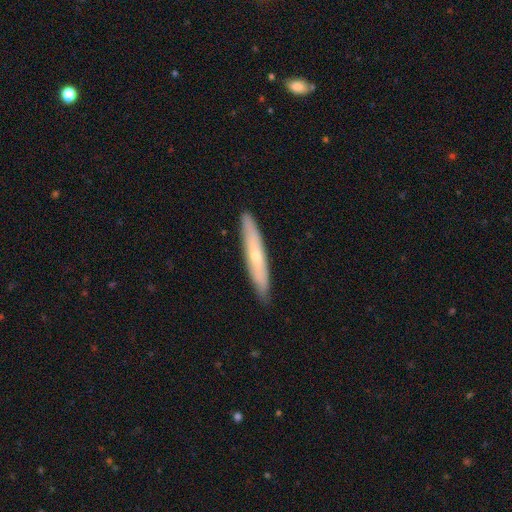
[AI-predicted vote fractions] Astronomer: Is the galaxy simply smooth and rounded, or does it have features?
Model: smooth — 49% (runner-up: featured or disk, 45%).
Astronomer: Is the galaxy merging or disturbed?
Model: none — 89%.